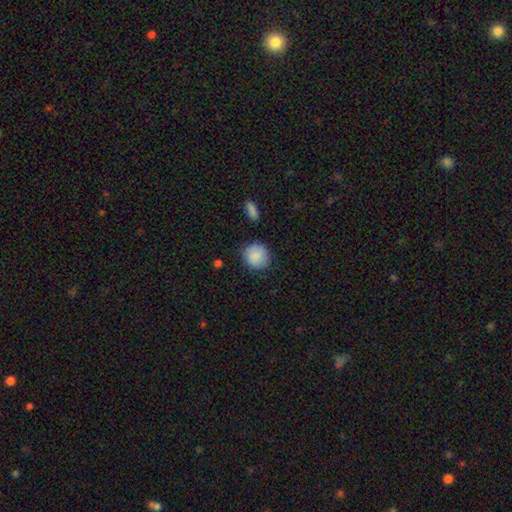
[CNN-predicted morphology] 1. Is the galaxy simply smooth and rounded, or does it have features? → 87% smooth, 7% star or artifact, 6% featured or disk.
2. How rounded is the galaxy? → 89% round, 10% in between, 1% cigar-shaped.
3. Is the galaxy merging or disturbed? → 81% none, 13% minor disturbance, 3% major disturbance, 2% merger.